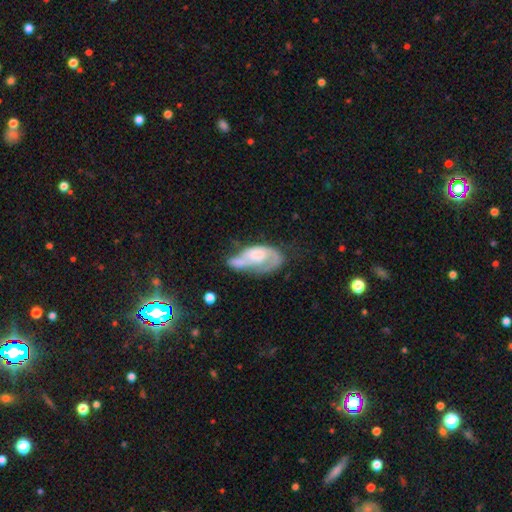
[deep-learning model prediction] smooth-or-featured: featured or disk: 59% | smooth: 34% | star or artifact: 7%
  disk-edge-on: no: 95% | yes: 5%
    bar: no: 75% | weak: 20% | strong: 5%
    has-spiral-arms: yes: 69% | no: 31%
    bulge-size: none: 30% | moderate: 24% | large: 23% | small: 18% | dominant: 5%
  merging: major disturbance: 32% | none: 25% | minor disturbance: 23% | merger: 19%